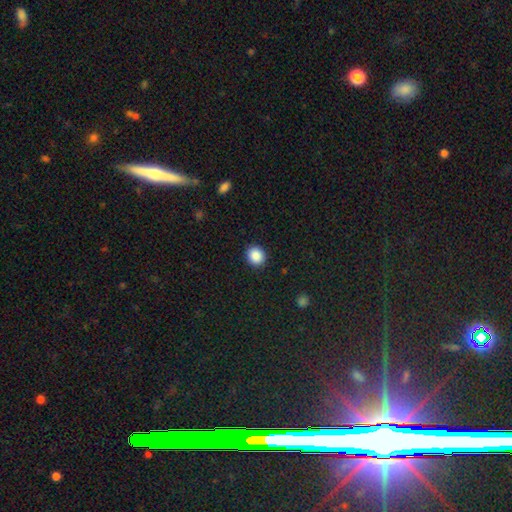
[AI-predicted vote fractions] Overall: smooth (89%). How rounded: round (78%). Merging: none (91%).